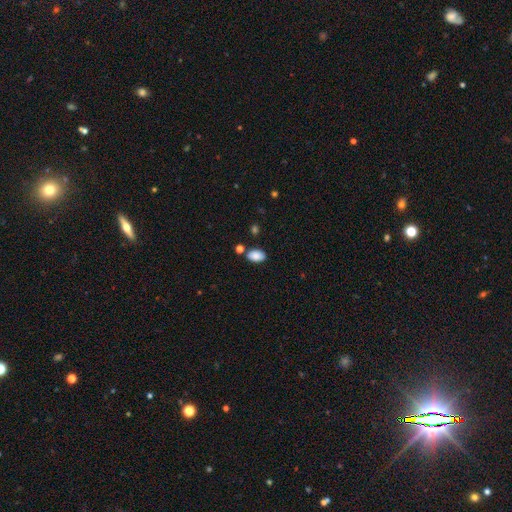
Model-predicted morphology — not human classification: This appears to be a smooth galaxy with no disk features (87%) that is in between round and cigar-shaped (91%). Merging: none (77%).